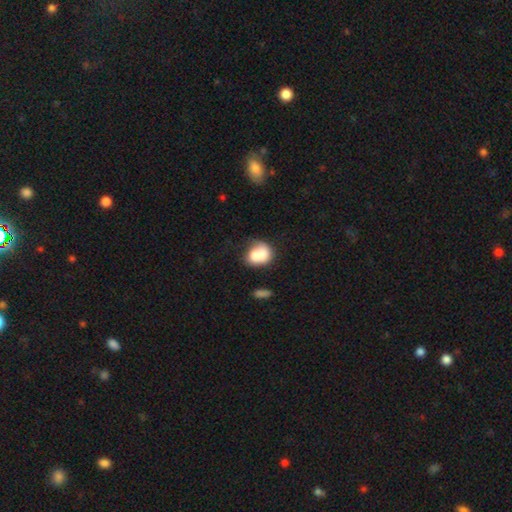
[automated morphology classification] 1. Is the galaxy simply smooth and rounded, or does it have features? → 69% smooth, 23% featured or disk, 8% star or artifact.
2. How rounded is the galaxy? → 53% round, 46% in between, 1% cigar-shaped.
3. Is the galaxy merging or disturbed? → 56% merger, 24% none, 12% minor disturbance, 8% major disturbance.